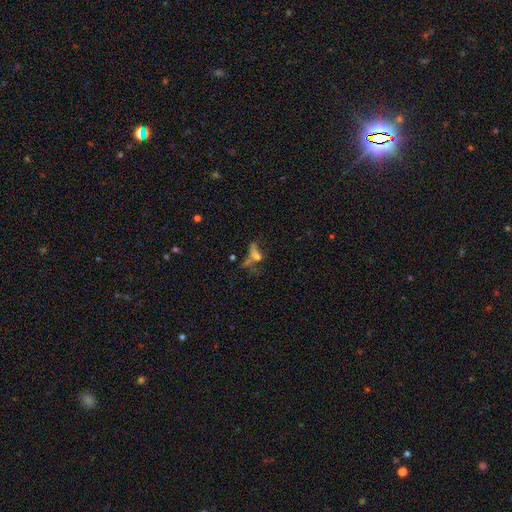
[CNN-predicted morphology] Smooth or featured?
  - smooth: 43% *
  - featured or disk: 32%
  - star or artifact: 25%
Merging?
  - major disturbance: 31% *
  - none: 29%
  - merger: 26%
  - minor disturbance: 14%